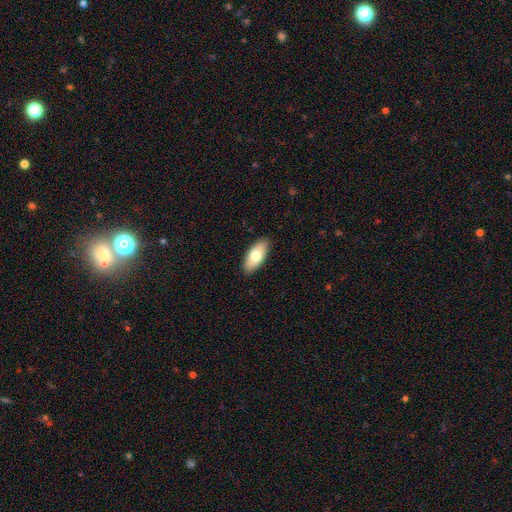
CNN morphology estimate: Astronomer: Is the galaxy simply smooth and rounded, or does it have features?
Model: smooth — 75%.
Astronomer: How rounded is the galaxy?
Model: in between — 88%.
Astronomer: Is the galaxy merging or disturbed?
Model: none — 89%.